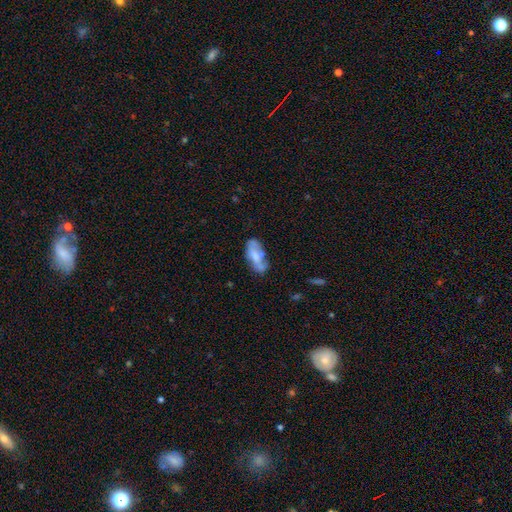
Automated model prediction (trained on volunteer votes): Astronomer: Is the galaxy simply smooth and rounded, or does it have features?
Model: smooth — 56% (runner-up: featured or disk, 36%).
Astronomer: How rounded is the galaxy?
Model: in between — 82%.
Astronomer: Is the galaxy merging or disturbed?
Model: none — 46% (runner-up: minor disturbance, 29%).